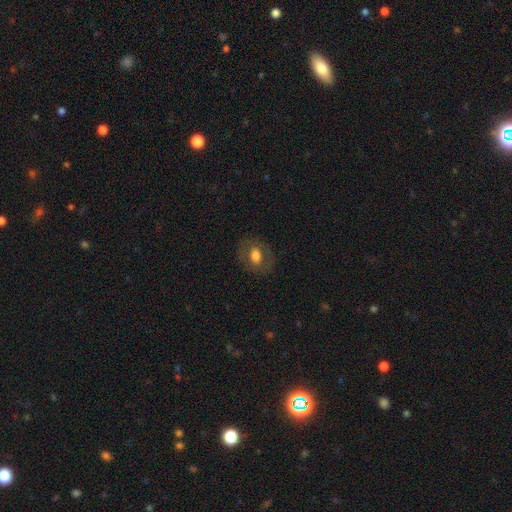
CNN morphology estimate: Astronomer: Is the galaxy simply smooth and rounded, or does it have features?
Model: smooth — 63%.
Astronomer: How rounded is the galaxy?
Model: in between — 63%.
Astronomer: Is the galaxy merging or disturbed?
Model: none — 80%.